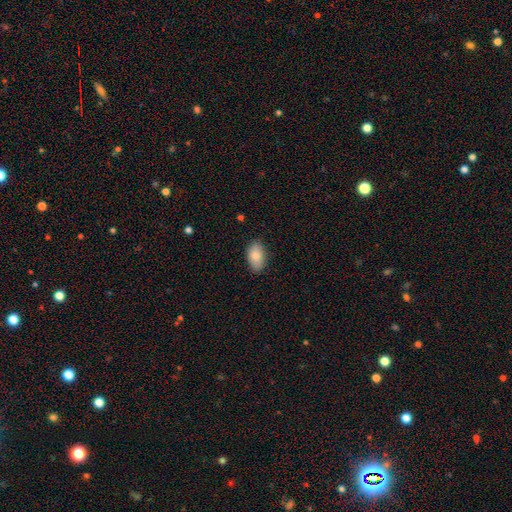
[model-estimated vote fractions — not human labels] Smooth or featured? smooth (82%)
How rounded? in between (92%)
Merging? none (83%)